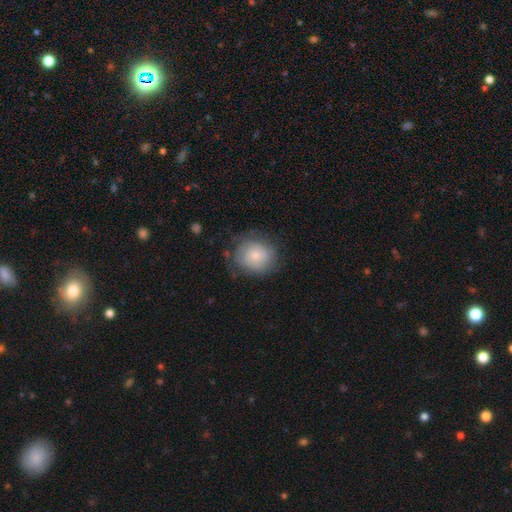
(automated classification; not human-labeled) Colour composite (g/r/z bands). It shows a smooth galaxy with no disk features (68%) that is round (83%). Merging: none (68%).